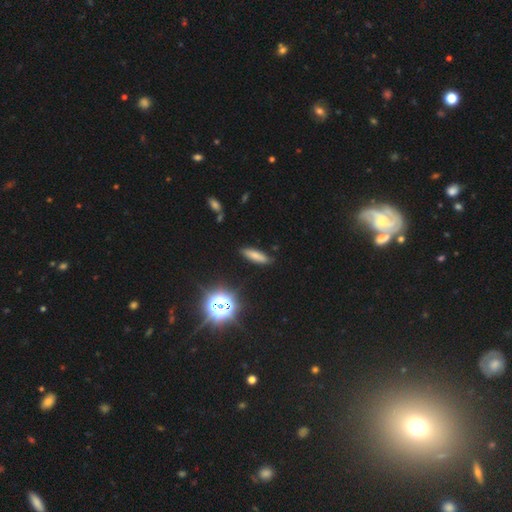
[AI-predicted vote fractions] Smooth or featured? Predicted: smooth (p=0.71). How rounded? Predicted: cigar-shaped (p=0.61). Merging? Predicted: none (p=0.86).